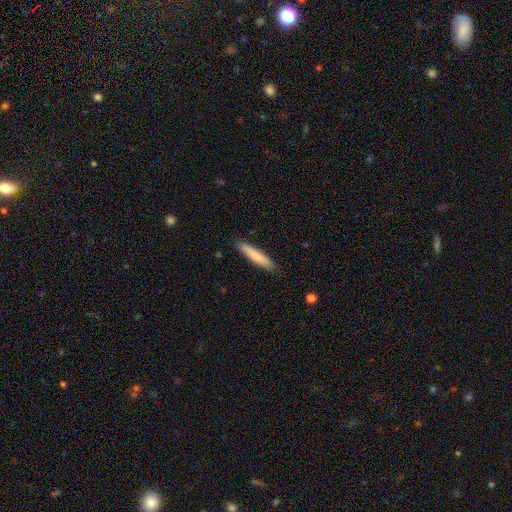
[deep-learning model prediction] A smooth galaxy with no disk features (78%) that is cigar-shaped (90%). Merging: none (88%).